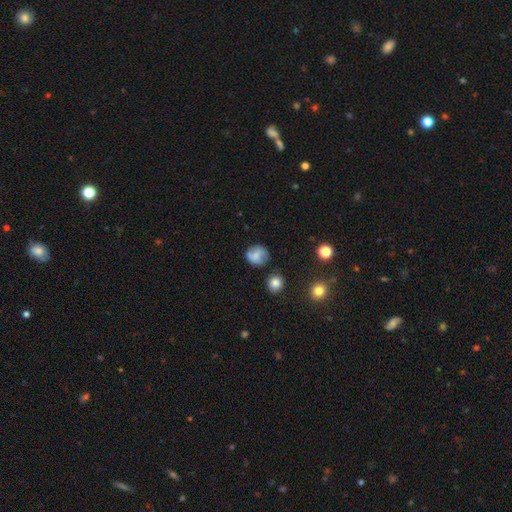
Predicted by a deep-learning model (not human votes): Smooth or featured: smooth — 61% (featured or disk — 29%)
How rounded: round — 79% (in between — 20%)
Merging: none — 72% (minor disturbance — 18%)